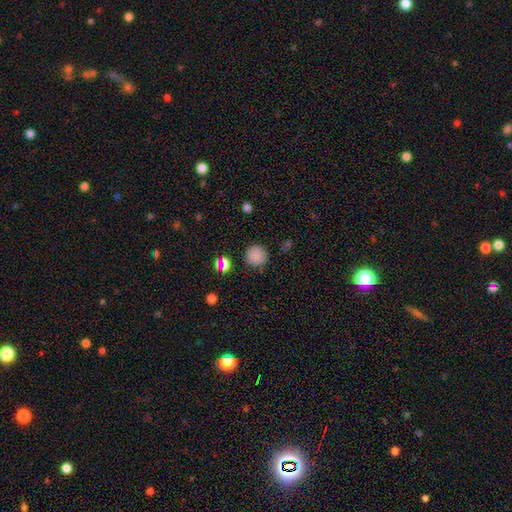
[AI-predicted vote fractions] smooth 79%, star or artifact 16%, featured or disk 4%. Down the decision tree: how rounded — round (93%); merging — none (86%).